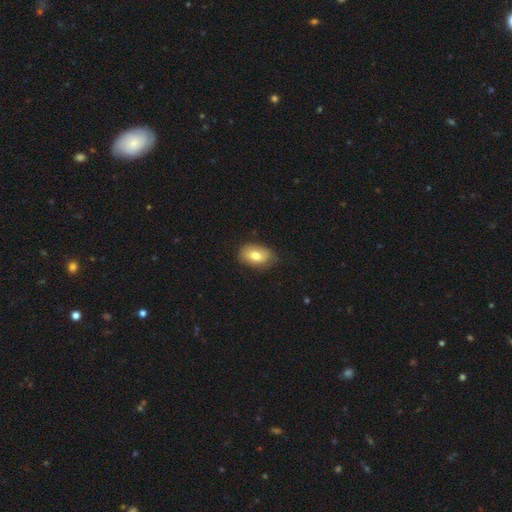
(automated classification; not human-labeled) smooth-or-featured: smooth: 78% | featured or disk: 15% | star or artifact: 7%
  how-rounded: in between: 89% | round: 9% | cigar-shaped: 2%
  merging: none: 74% | minor disturbance: 21% | major disturbance: 3% | merger: 1%